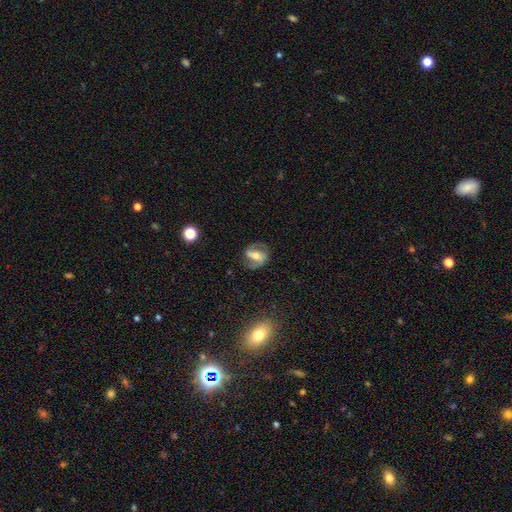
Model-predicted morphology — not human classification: This appears to be a featured or disk galaxy (70%) with a strong bar (53%), 2 (87%) medium (48%) spiral arms (83%) and a moderate central bulge (52%). Merging: none (75%).